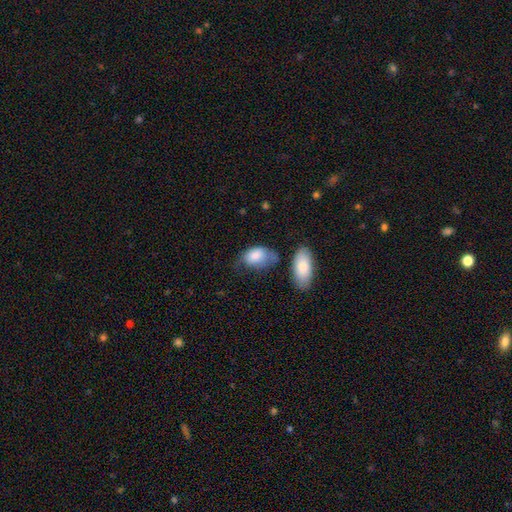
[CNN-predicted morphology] type=smooth (82%); roundness=in between (90%); merging=minor disturbance (36%).